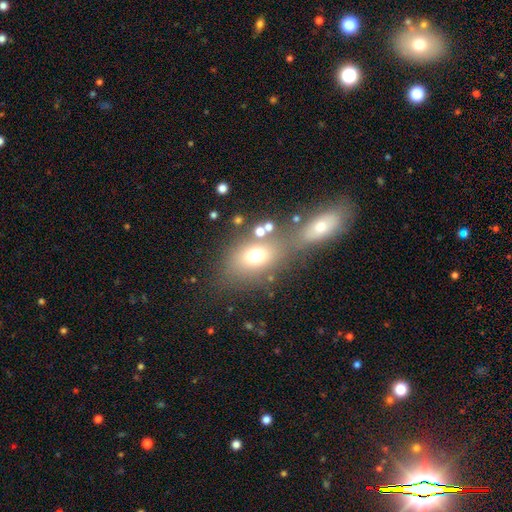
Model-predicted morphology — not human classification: type=smooth (68%); roundness=in between (62%); merging=none (47%).